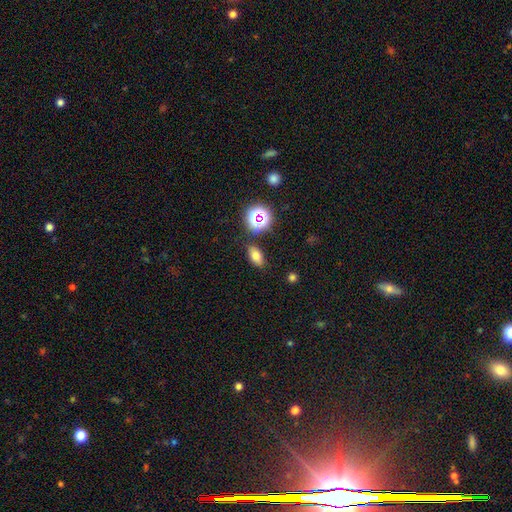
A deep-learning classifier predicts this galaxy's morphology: This appears to be a smooth galaxy with no disk features (71%) that is in between round and cigar-shaped (83%). Merging: none (84%).